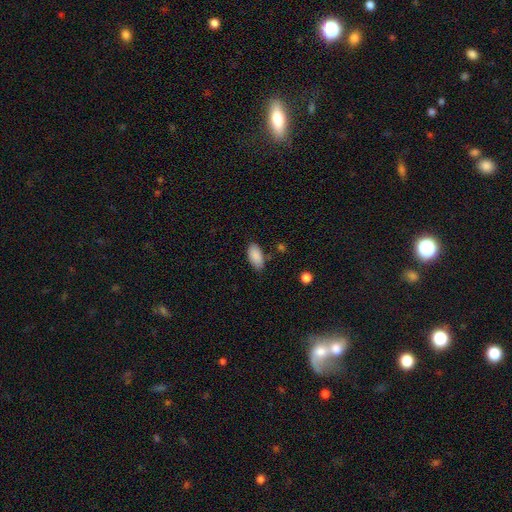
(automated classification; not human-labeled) The model was most divided on "merging": none: 75%, minor disturbance: 18%, major disturbance: 4%, merger: 3%. More confident: how rounded — in between (93%); smooth or featured — smooth (88%).